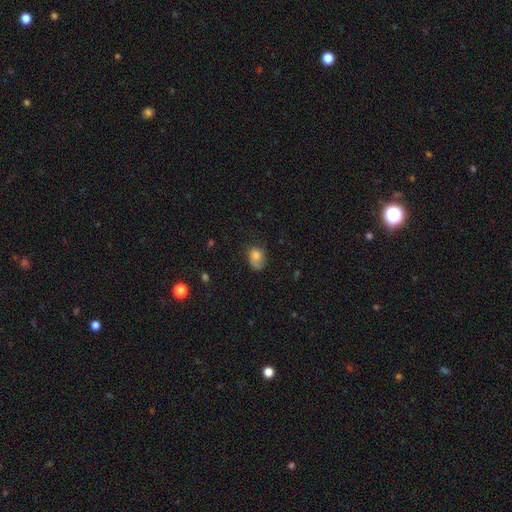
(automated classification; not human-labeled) Morphology: type=smooth (78%); roundness=in between (64%); merging=none (50%).